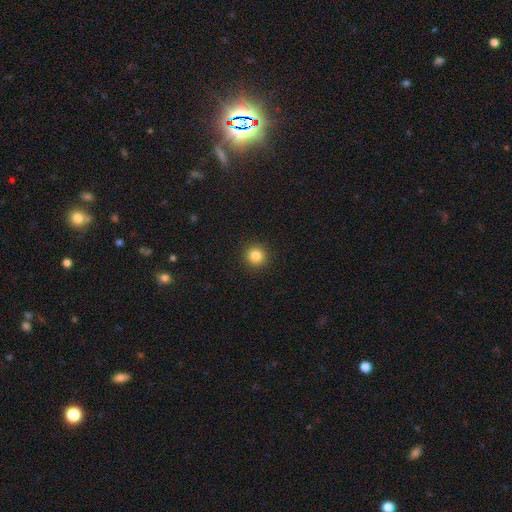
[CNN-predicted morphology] A smooth galaxy with no disk features (84%) that is round (94%).

Vote fractions:
- Smooth or featured? smooth: 84% / star or artifact: 11% / featured or disk: 5%
- How rounded? round: 94% / in between: 5% / cigar-shaped: 1%
- Merging? none: 92% / minor disturbance: 5% / major disturbance: 2% / merger: 1%